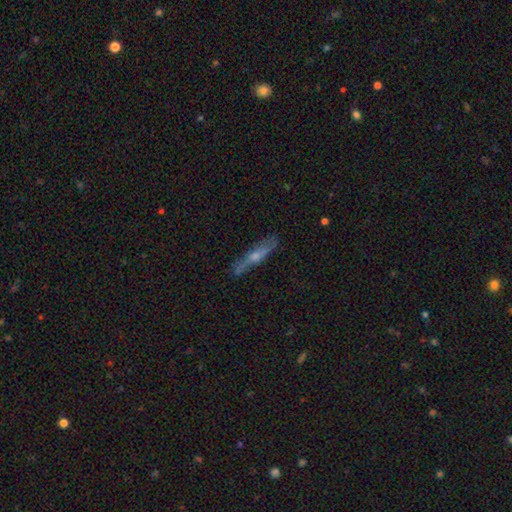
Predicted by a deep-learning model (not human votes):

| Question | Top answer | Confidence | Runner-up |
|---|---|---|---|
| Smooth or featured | featured or disk | 60% | smooth (32%) |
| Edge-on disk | yes | 80% | no (20%) |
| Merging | none | 78% | minor disturbance (16%) |